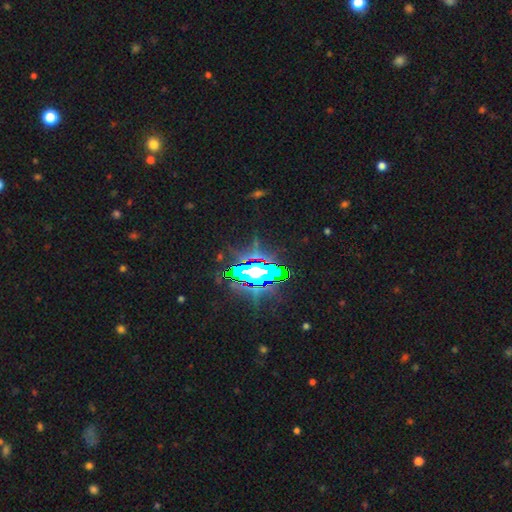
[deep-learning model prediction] star or artifact 85%, smooth 8%, featured or disk 7%.